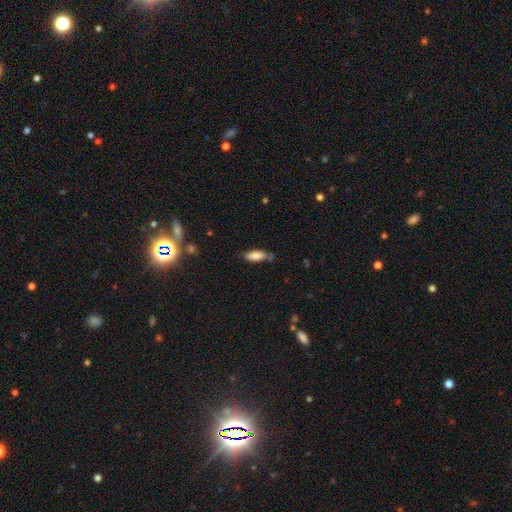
Overall: smooth (84%). How rounded: in between (87%). Merging: none (60%; minor disturbance 37%).